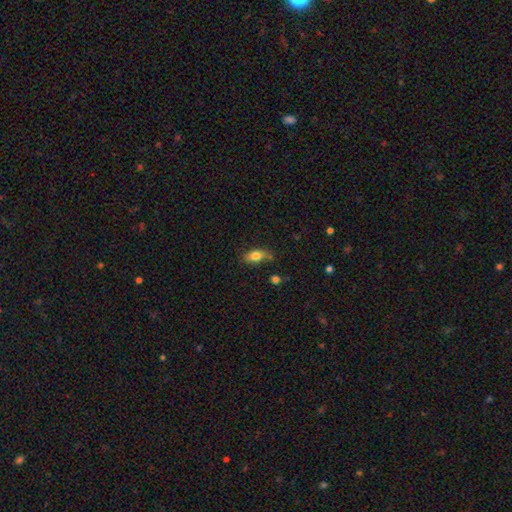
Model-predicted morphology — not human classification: type=smooth (79%); roundness=in between (84%); merging=none (70%).